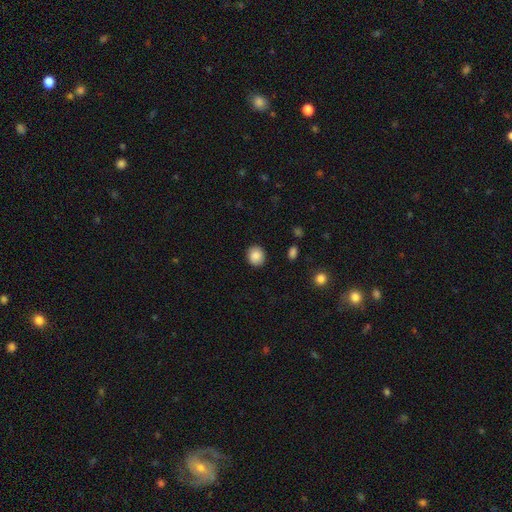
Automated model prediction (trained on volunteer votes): A smooth galaxy with no disk features (88%) that is round (79%).

Vote fractions:
- Smooth or featured? smooth: 88% / star or artifact: 8% / featured or disk: 4%
- How rounded? round: 79% / in between: 20% / cigar-shaped: 1%
- Merging? none: 89% / minor disturbance: 7% / major disturbance: 2% / merger: 1%